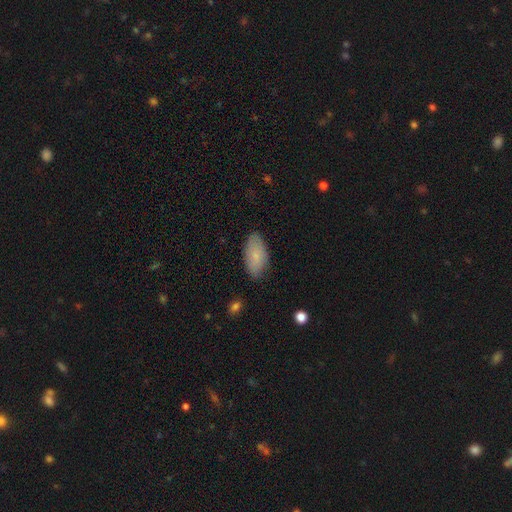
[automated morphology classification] Smooth or featured? smooth (79%)
How rounded? in between (93%)
Merging? none (82%)